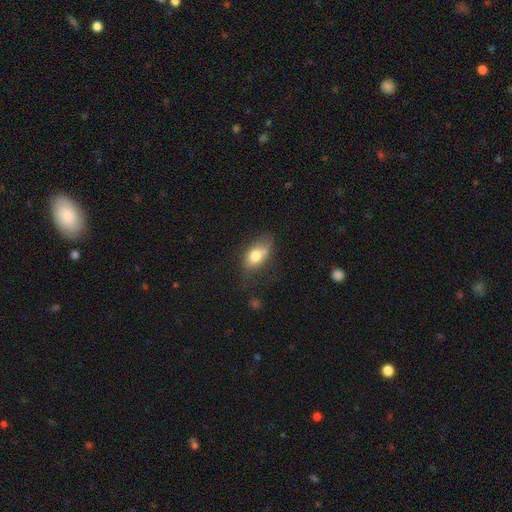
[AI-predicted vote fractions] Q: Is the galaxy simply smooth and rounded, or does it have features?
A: smooth — 75%.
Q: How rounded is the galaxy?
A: in between — 86%.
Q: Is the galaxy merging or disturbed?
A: none — 48%.